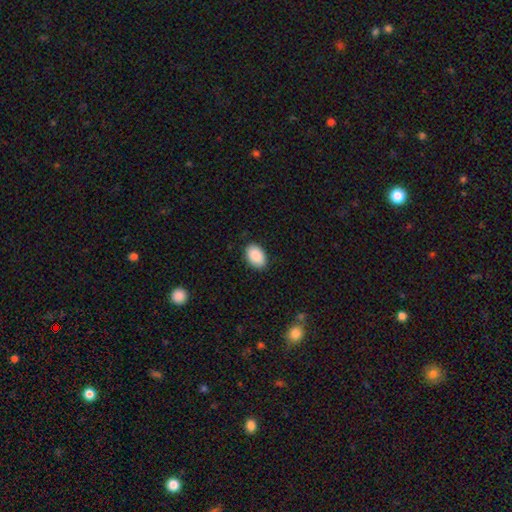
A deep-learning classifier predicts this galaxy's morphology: Smooth or featured: smooth — 90% (star or artifact — 6%)
How rounded: in between — 90% (round — 9%)
Merging: none — 88% (minor disturbance — 9%)